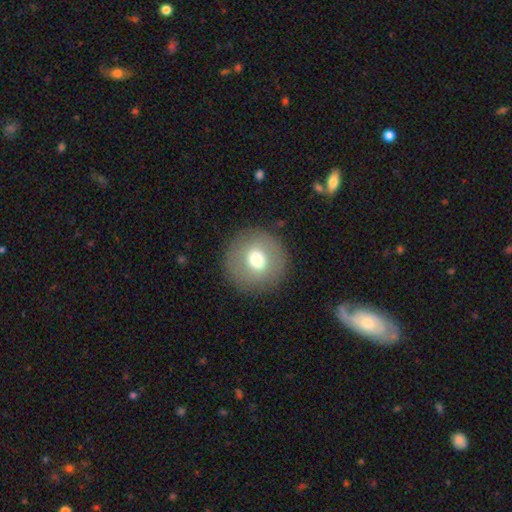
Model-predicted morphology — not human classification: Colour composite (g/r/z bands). It shows a smooth galaxy with no disk features (68%) that is round (94%). Merging: none (89%).